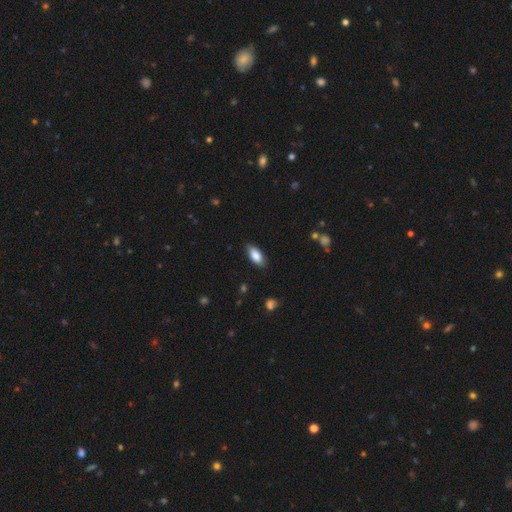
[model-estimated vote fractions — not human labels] A smooth galaxy with no disk features (86%) that is in between round and cigar-shaped (89%).

Vote fractions:
- Smooth or featured? smooth: 86% / featured or disk: 7% / star or artifact: 6%
- How rounded? in between: 89% / cigar-shaped: 9% / round: 2%
- Merging? none: 84% / minor disturbance: 13% / major disturbance: 2% / merger: 1%